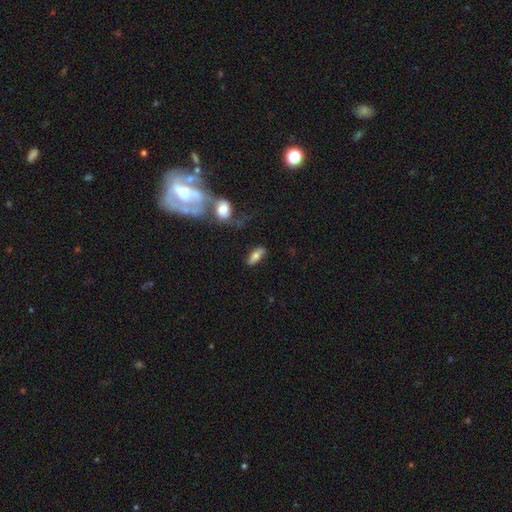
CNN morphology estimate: type=smooth (66%); roundness=in between (79%); merging=none (73%).